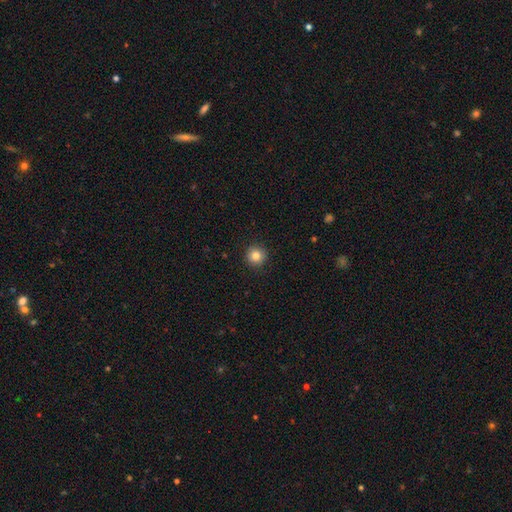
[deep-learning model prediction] smooth_or_featured: smooth (p=0.83) [alt: star or artifact p=0.11]
how_rounded: round (p=0.95) [alt: in between p=0.04]
merging: none (p=0.92) [alt: minor disturbance p=0.05]